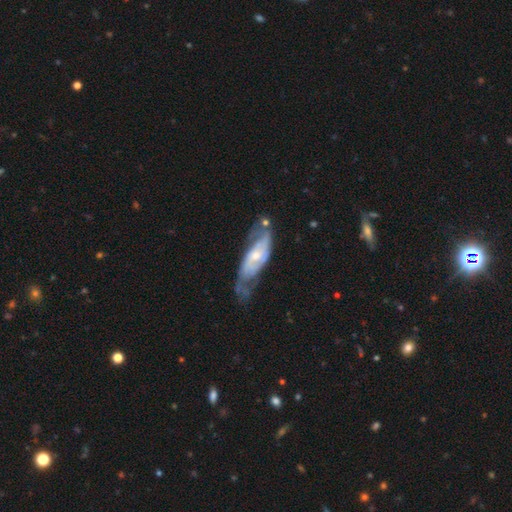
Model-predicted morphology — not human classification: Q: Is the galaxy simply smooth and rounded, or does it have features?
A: featured or disk — 74%.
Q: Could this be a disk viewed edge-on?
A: no — 82%.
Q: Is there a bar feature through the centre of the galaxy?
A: no — 64%.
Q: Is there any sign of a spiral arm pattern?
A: yes — 79%.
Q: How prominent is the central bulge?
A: small — 50%.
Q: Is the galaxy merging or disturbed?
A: none — 45%.